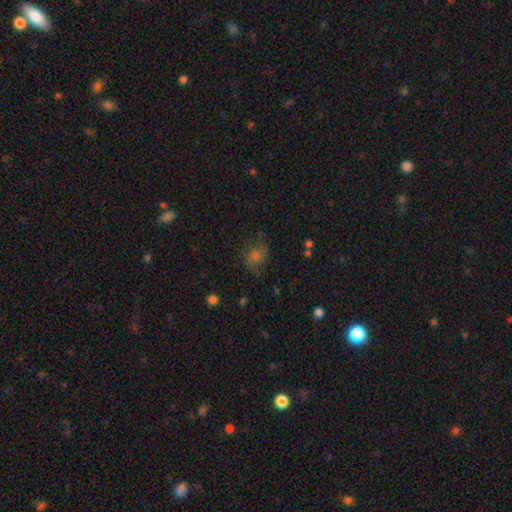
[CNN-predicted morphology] Smooth or featured: featured or disk — 38% (smooth — 36%)
Merging: none — 66% (minor disturbance — 19%)